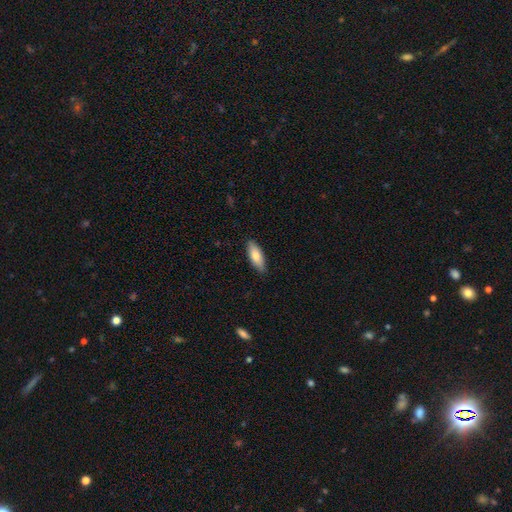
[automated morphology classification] smooth-or-featured: smooth: 78% | featured or disk: 16% | star or artifact: 6%
  how-rounded: in between: 71% | cigar-shaped: 27% | round: 2%
  merging: none: 86% | minor disturbance: 11% | major disturbance: 2% | merger: 1%